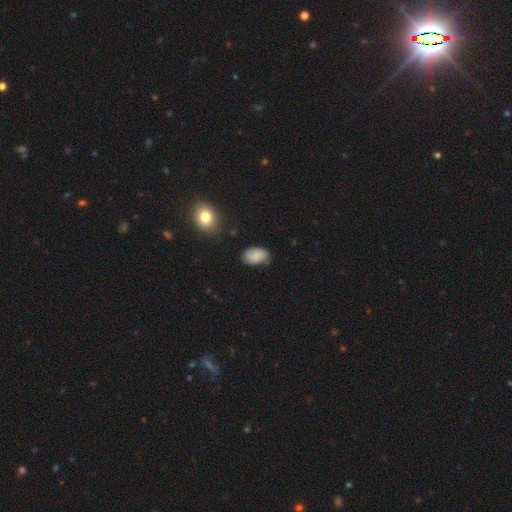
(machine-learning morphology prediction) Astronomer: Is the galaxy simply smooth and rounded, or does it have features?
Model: smooth — 73%.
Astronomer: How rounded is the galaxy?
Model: in between — 88%.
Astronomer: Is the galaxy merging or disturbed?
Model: none — 68%.